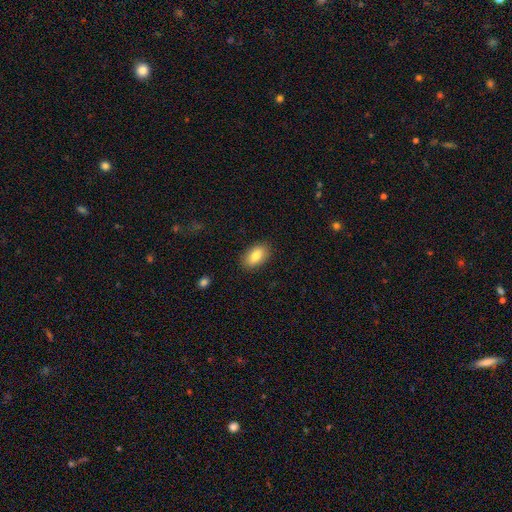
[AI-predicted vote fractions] Smooth or featured?
  - smooth: 82% *
  - featured or disk: 11%
  - star or artifact: 7%
How rounded?
  - in between: 92% *
  - round: 6%
  - cigar-shaped: 3%
Merging?
  - none: 87% *
  - minor disturbance: 9%
  - major disturbance: 2%
  - merger: 1%